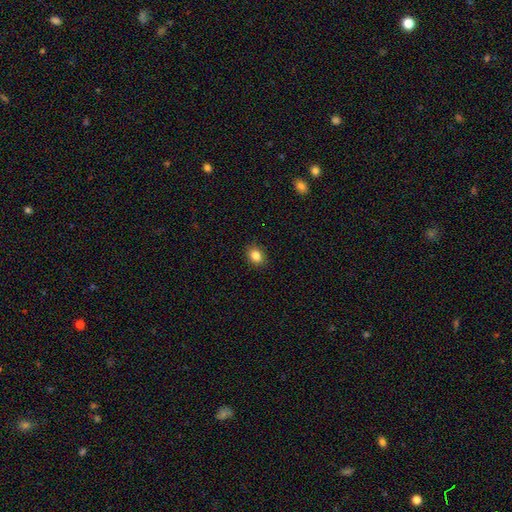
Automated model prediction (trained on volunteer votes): This appears to be a smooth galaxy with no disk features (85%) that is in between round and cigar-shaped (57%). Merging: none (89%).